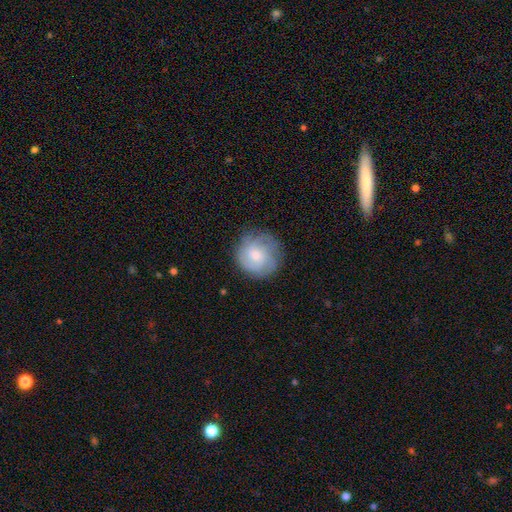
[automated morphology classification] featured or disk 63%, smooth 29%, star or artifact 8%. Down the decision tree: edge-on disk — no (98%); bar — no (75%); spiral arms — yes (92%); spiral arm count — can't tell (30%); spiral winding — tight (56%); bulge size — small (58%); merging — none (80%).